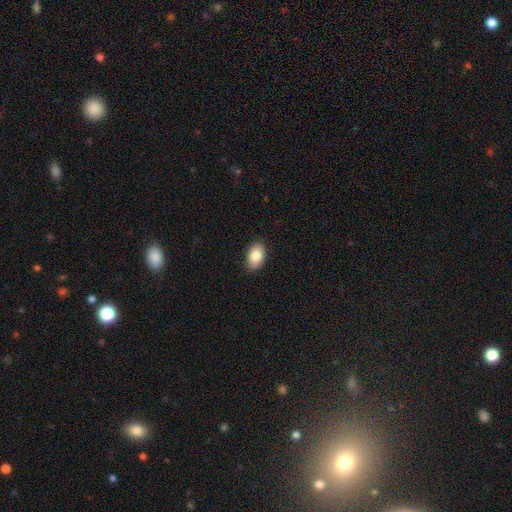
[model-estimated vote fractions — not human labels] A smooth galaxy with no disk features (86%) that is in between round and cigar-shaped (88%).

Vote fractions:
- Smooth or featured? smooth: 86% / featured or disk: 7% / star or artifact: 7%
- How rounded? in between: 88% / round: 10% / cigar-shaped: 1%
- Merging? none: 89% / minor disturbance: 8% / major disturbance: 2% / merger: 1%